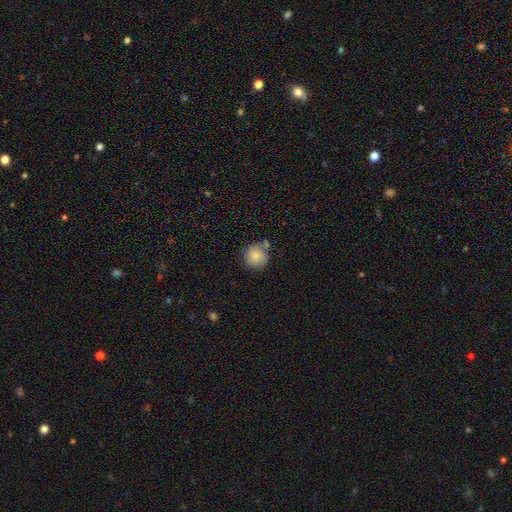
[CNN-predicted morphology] smooth_or_featured: smooth (p=0.85) [alt: star or artifact p=0.08]
how_rounded: round (p=0.91) [alt: in between p=0.08]
merging: none (p=0.67) [alt: minor disturbance p=0.15]